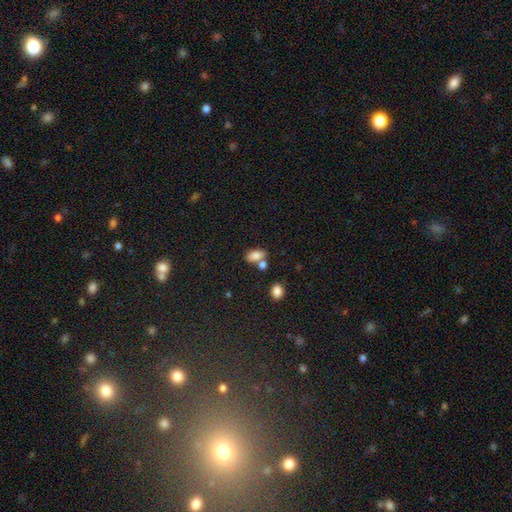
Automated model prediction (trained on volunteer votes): The model was most divided on "merging": none: 52%, merger: 29%, minor disturbance: 14%, major disturbance: 5%. More confident: how rounded — in between (87%); smooth or featured — smooth (80%).